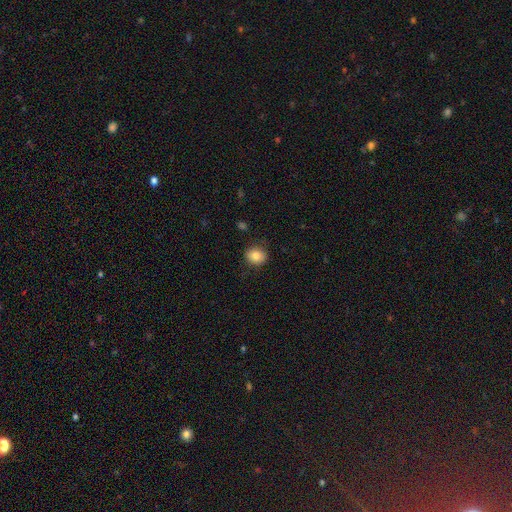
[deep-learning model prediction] smooth-or-featured: smooth: 84% | star or artifact: 9% | featured or disk: 7%
  how-rounded: round: 68% | in between: 31% | cigar-shaped: 1%
  merging: none: 85% | minor disturbance: 11% | major disturbance: 3% | merger: 1%